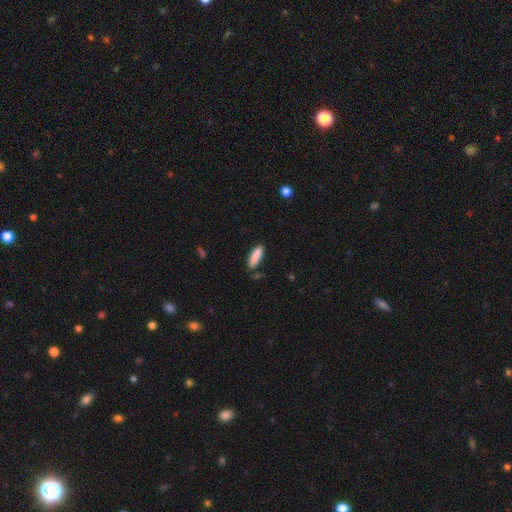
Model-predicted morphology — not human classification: Overall: smooth (89%). How rounded: in between (53%; cigar-shaped 45%). Merging: none (81%).